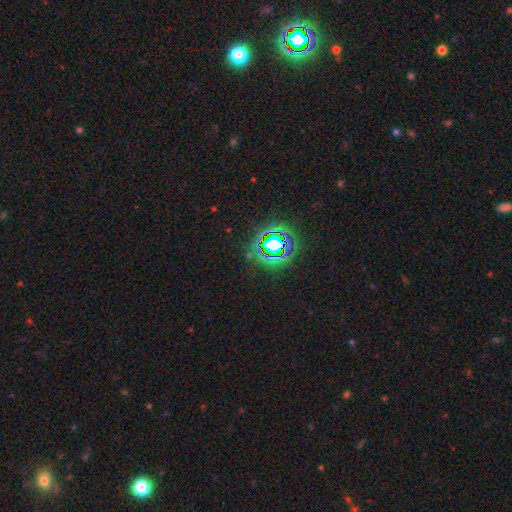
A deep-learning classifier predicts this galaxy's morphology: type=star or artifact (77%).